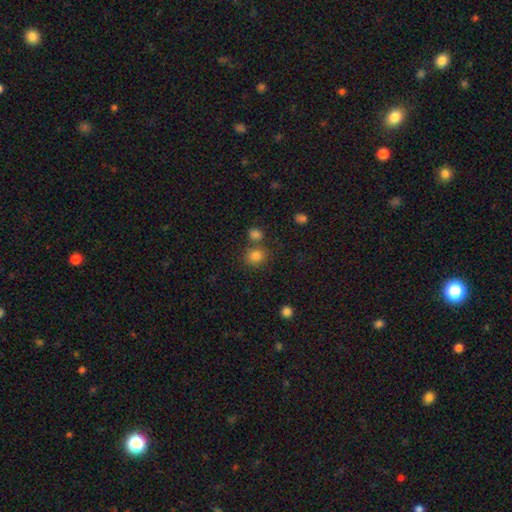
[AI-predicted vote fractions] Smooth or featured? Predicted: smooth (p=0.83). How rounded? Predicted: round (p=0.74). Merging? Predicted: none (p=0.70).